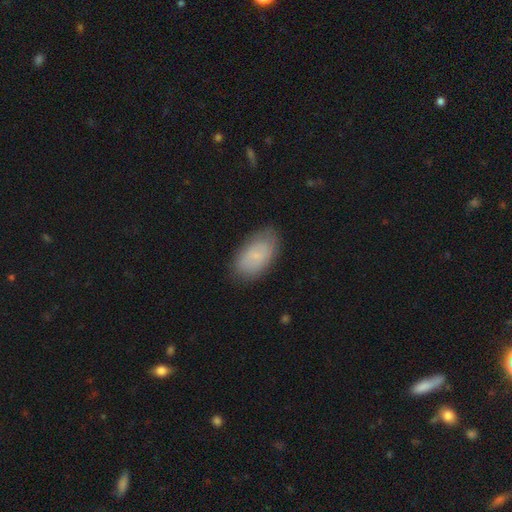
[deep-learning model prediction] Smooth or featured? Predicted: smooth (p=0.73). How rounded? Predicted: in between (p=0.94). Merging? Predicted: none (p=0.78).